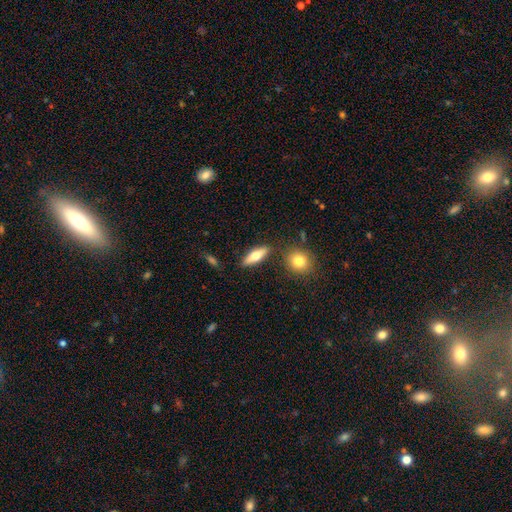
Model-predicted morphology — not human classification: Smooth or featured? Predicted: smooth (p=0.58). How rounded? Predicted: in between (p=0.51). Merging? Predicted: none (p=0.81).